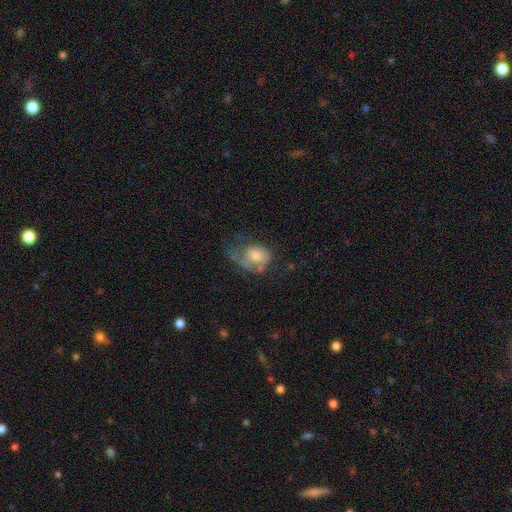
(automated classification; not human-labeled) Smooth or featured? smooth (47%)
Merging? major disturbance (43%)